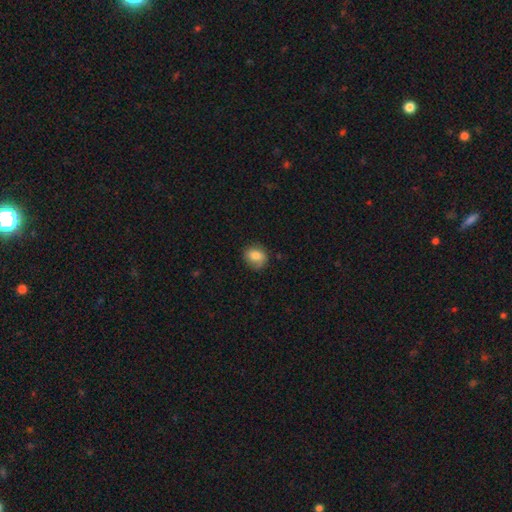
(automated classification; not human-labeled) smooth-or-featured: smooth: 81% | featured or disk: 10% | star or artifact: 9%
  how-rounded: round: 58% | in between: 41% | cigar-shaped: 1%
  merging: none: 76% | minor disturbance: 19% | major disturbance: 4% | merger: 1%